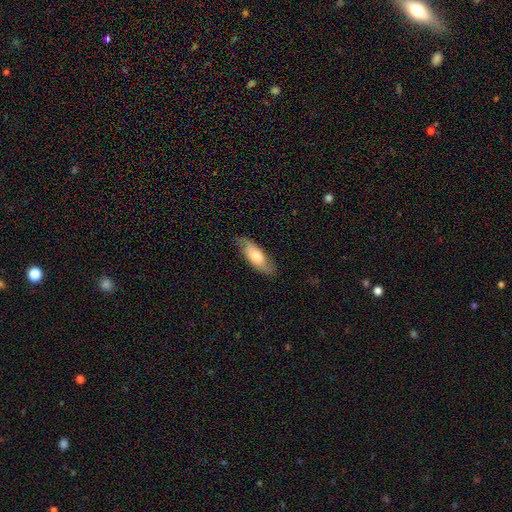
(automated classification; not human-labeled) Smooth or featured: smooth — 53% (featured or disk — 41%)
How rounded: in between — 68% (cigar-shaped — 29%)
Merging: none — 82% (minor disturbance — 14%)